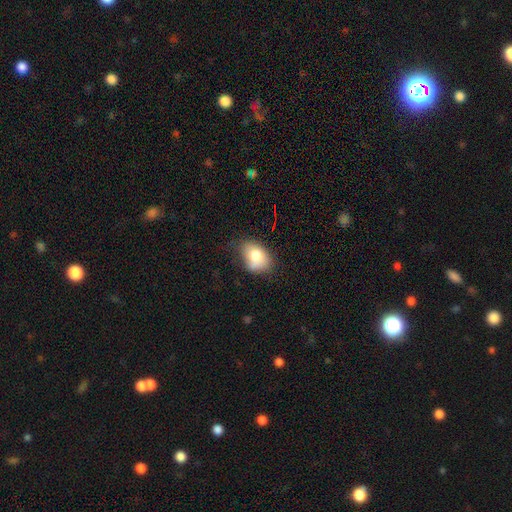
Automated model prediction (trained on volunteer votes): Q: Smooth or featured?
A: smooth (77%); runner-up: featured or disk (15%)
Q: How rounded?
A: in between (78%); runner-up: round (21%)
Q: Merging?
A: none (51%); runner-up: minor disturbance (33%)